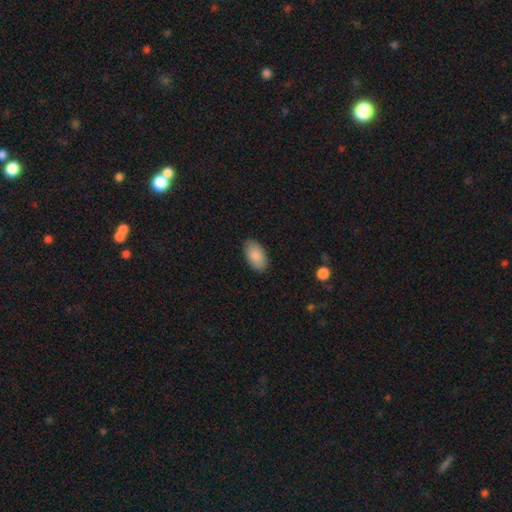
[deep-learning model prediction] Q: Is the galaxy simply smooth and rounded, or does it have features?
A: smooth — 88%.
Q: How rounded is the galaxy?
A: in between — 95%.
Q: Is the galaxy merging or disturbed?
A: none — 85%.